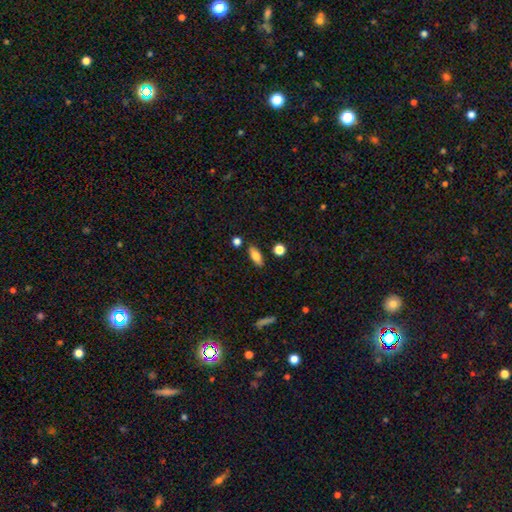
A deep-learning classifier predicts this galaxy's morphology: smooth 76%, featured or disk 17%, star or artifact 8%. Down the decision tree: how rounded — in between (75%); merging — none (84%).